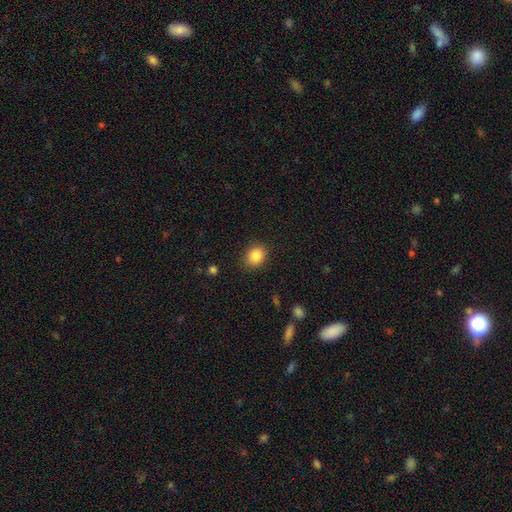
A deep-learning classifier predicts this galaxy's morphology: Smooth or featured? smooth (85%)
How rounded? round (66%)
Merging? none (87%)